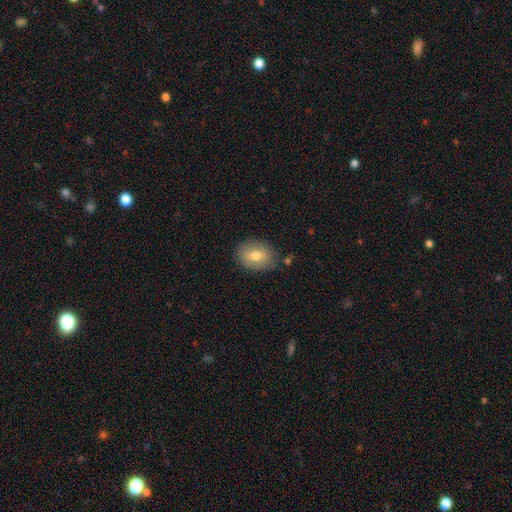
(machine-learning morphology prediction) Smooth or featured? Predicted: smooth (p=0.71). How rounded? Predicted: in between (p=0.56). Merging? Predicted: none (p=0.84).